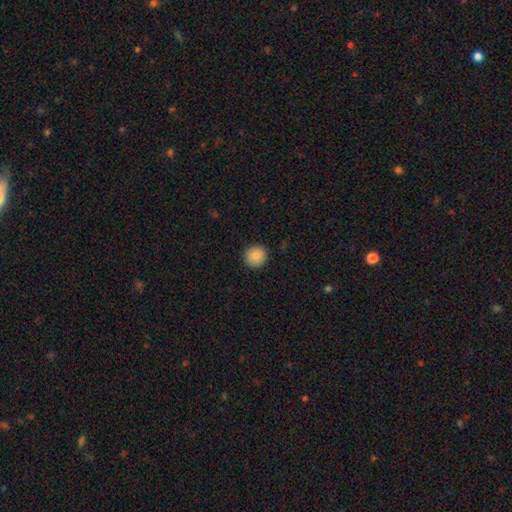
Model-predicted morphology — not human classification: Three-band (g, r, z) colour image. It shows a smooth galaxy with no disk features (87%) that is round (92%). Merging: none (91%).